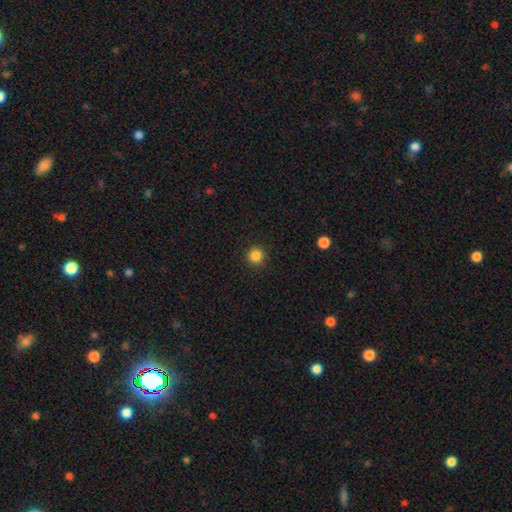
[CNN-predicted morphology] A smooth galaxy with no disk features (85%) that is round (95%). Merging: none (92%).